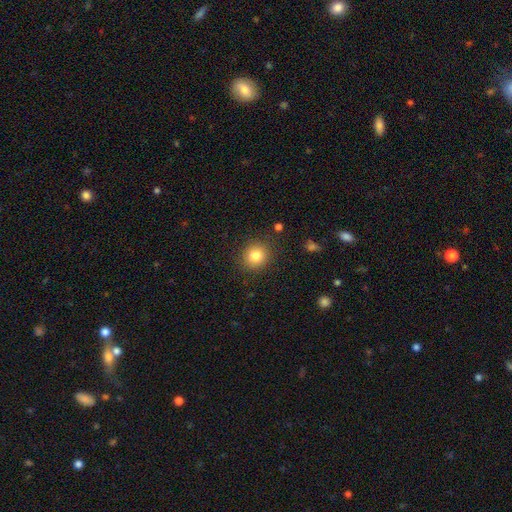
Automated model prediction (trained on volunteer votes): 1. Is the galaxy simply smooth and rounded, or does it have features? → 82% smooth, 11% star or artifact, 7% featured or disk.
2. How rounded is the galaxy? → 85% round, 14% in between, 1% cigar-shaped.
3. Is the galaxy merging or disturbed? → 88% none, 8% minor disturbance, 3% major disturbance, 2% merger.